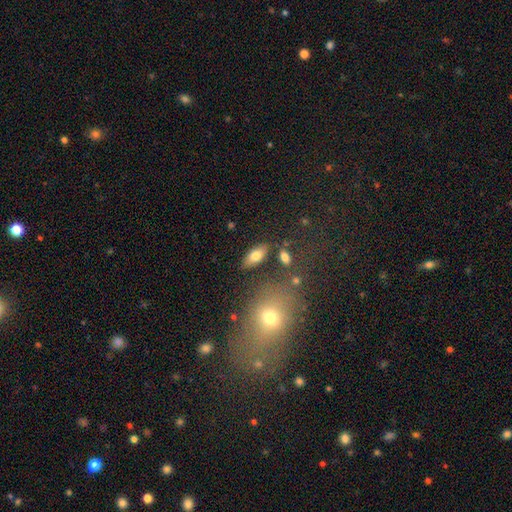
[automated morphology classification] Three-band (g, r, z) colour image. It shows a smooth galaxy with no disk features (75%) that is in between round and cigar-shaped (85%). Merging: none (81%).